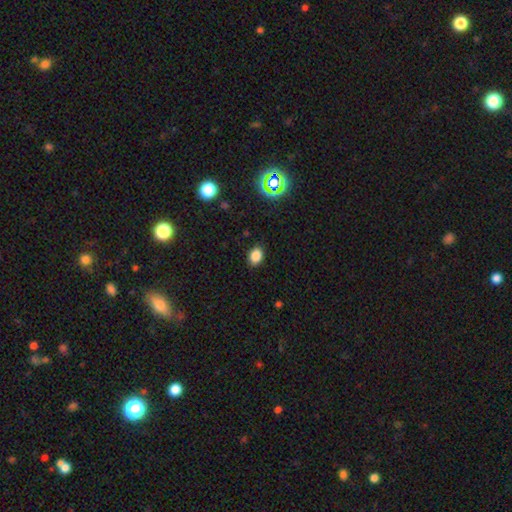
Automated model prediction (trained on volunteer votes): smooth_or_featured: smooth (p=0.83) [alt: star or artifact p=0.13]
how_rounded: in between (p=0.70) [alt: round p=0.29]
merging: none (p=0.87) [alt: minor disturbance p=0.10]